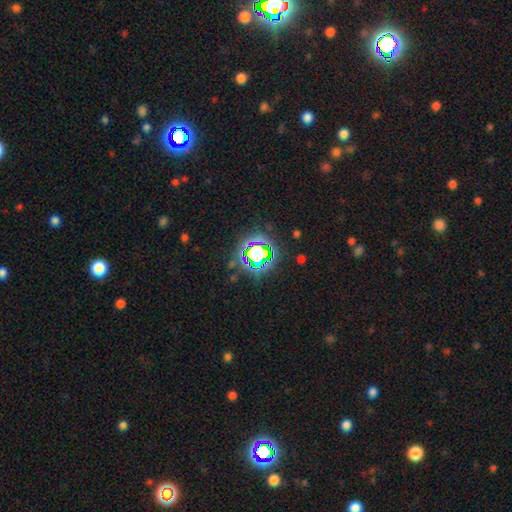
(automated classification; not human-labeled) Smooth or featured: star or artifact — 65% (smooth — 22%)